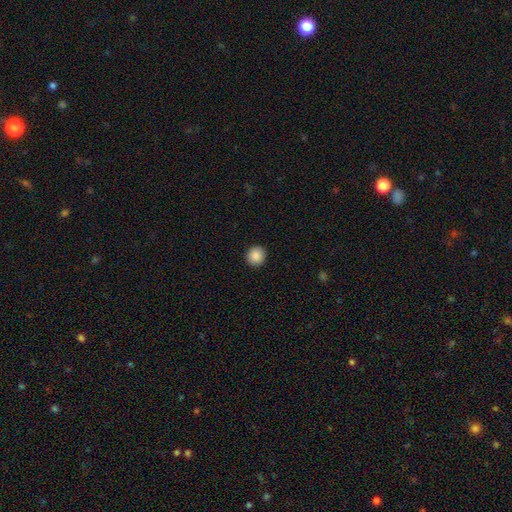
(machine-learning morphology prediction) type=smooth (88%); roundness=round (89%); merging=none (92%).